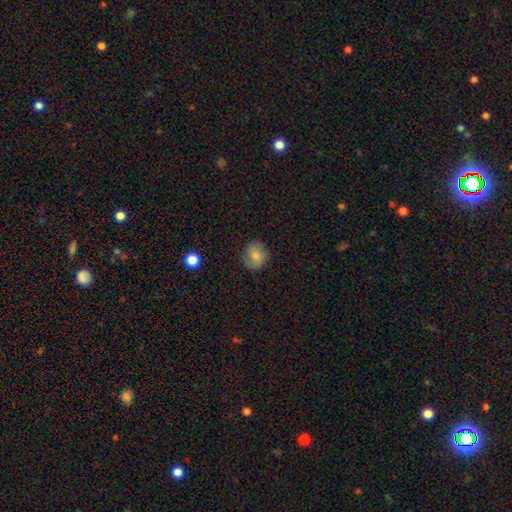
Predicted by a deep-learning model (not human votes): A smooth galaxy with no disk features (79%) that is round (65%).

Vote fractions:
- Smooth or featured? smooth: 79% / featured or disk: 12% / star or artifact: 9%
- How rounded? round: 65% / in between: 34% / cigar-shaped: 1%
- Merging? none: 76% / minor disturbance: 18% / major disturbance: 5% / merger: 1%